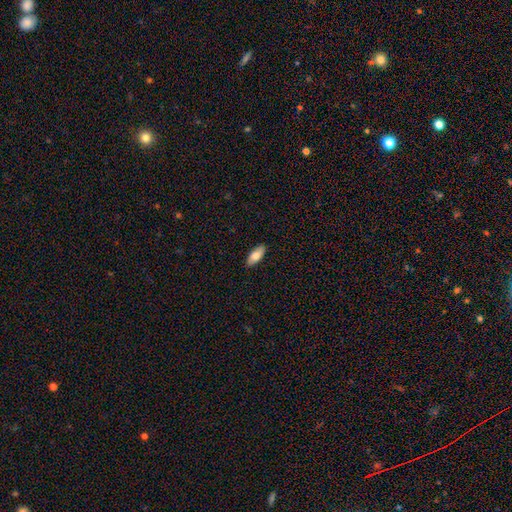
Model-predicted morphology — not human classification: This is likely a smooth galaxy (80%). How rounded: clearly in between (82%). Merging: clearly none (89%).